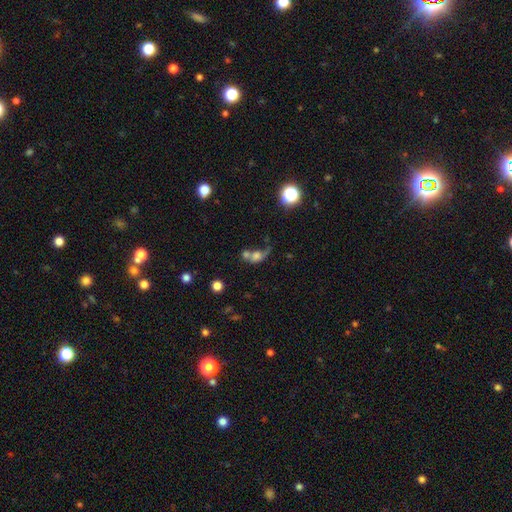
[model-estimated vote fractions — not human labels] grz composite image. It shows a smooth galaxy with no disk features (59%) that is round (49%). Merging: merger (51%).